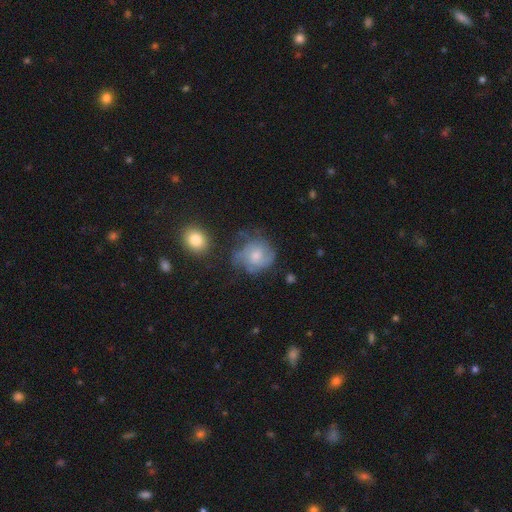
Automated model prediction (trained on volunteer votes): Smooth or featured: smooth — 47% (featured or disk — 44%)
Merging: none — 52% (minor disturbance — 27%)